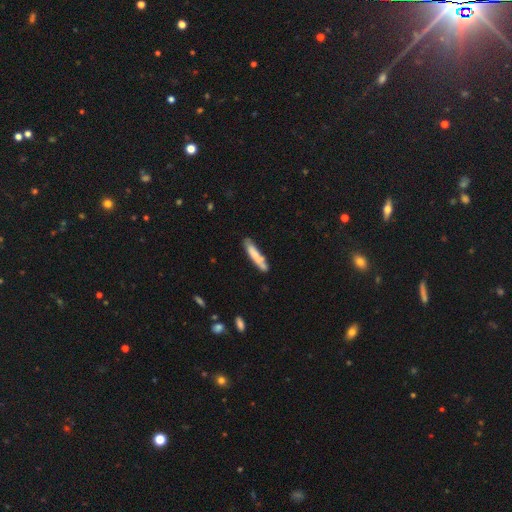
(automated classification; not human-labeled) This is likely a smooth galaxy (71%). How rounded: clearly cigar-shaped (88%). Merging: likely none (69%).